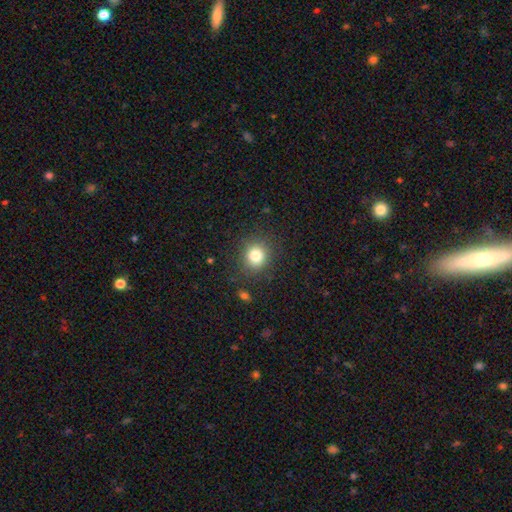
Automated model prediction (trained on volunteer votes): This is clearly a smooth galaxy (81%). How rounded: clearly round (85%). Merging: clearly none (86%).